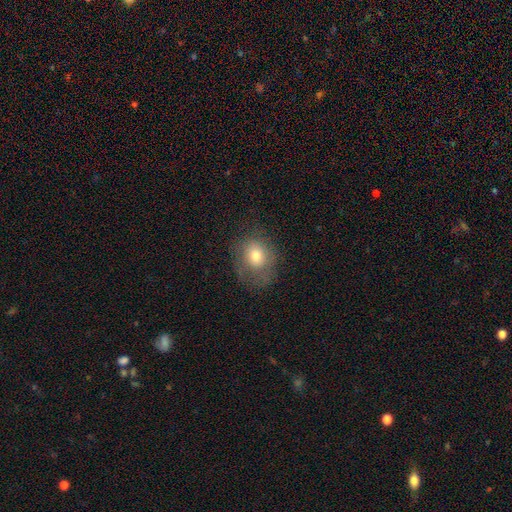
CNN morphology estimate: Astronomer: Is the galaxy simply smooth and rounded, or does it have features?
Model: smooth — 72%.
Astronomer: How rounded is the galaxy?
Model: round — 65%.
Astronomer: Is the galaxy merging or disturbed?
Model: none — 58%.